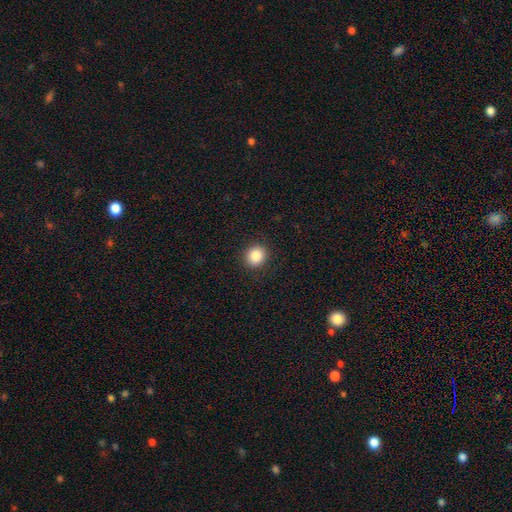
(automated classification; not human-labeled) A smooth galaxy with no disk features (86%) that is round (84%). Merging: none (91%).